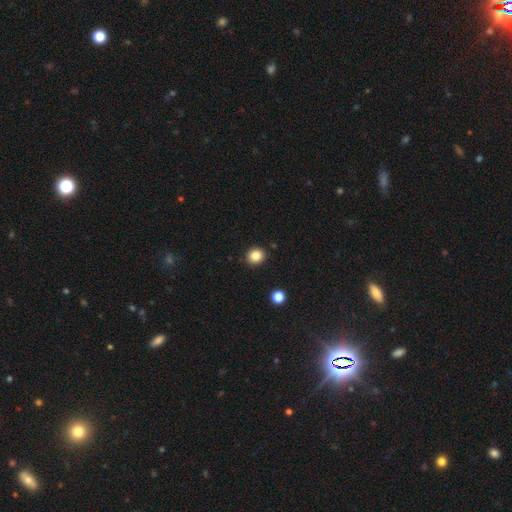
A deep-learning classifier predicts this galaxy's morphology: A smooth galaxy with no disk features (85%) that is round (84%). Merging: none (91%).